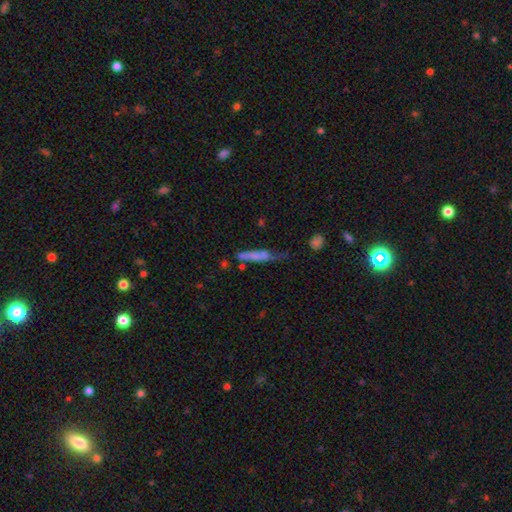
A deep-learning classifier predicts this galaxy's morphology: The model was most divided on "merging": none: 42%, minor disturbance: 28%, major disturbance: 18%, merger: 12%. More confident: how rounded — cigar-shaped (88%); smooth or featured — smooth (56%).